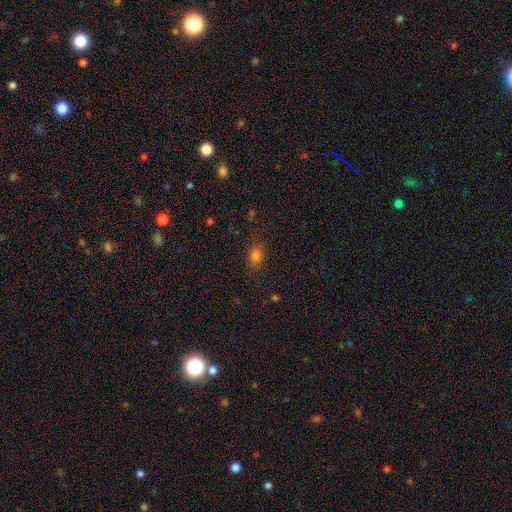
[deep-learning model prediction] Morphology: type=smooth (78%); roundness=in between (72%); merging=none (80%).